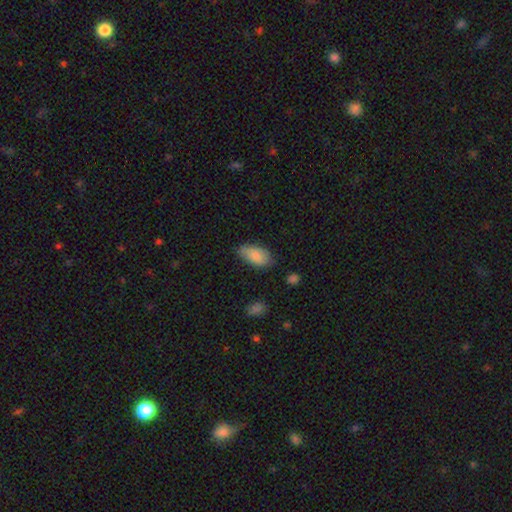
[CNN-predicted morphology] Smooth or featured? Predicted: smooth (p=0.87). How rounded? Predicted: in between (p=0.93). Merging? Predicted: none (p=0.75).